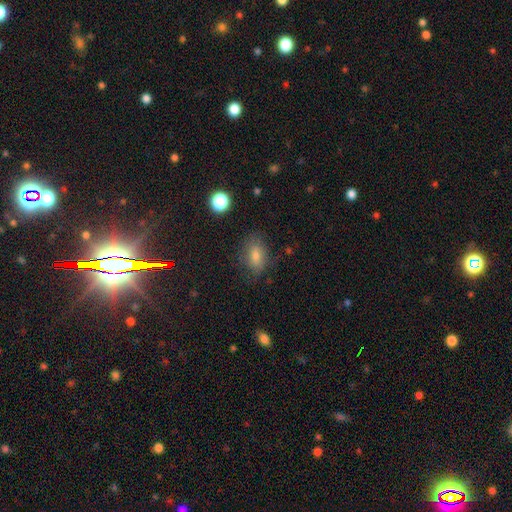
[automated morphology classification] A smooth galaxy with no disk features (59%) that is in between round and cigar-shaped (81%). Merging: none (74%).